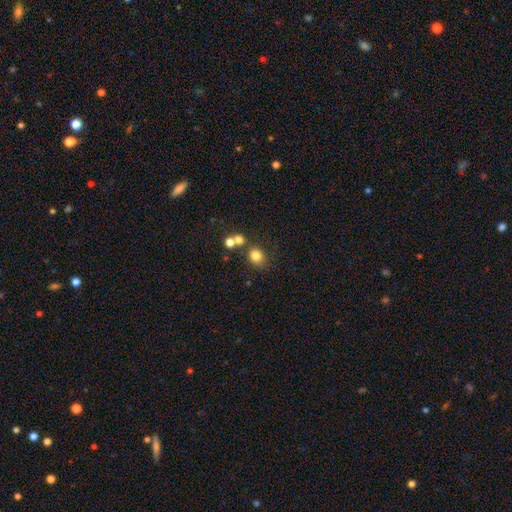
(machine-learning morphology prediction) Q: Smooth or featured?
A: smooth (79%); runner-up: star or artifact (14%)
Q: How rounded?
A: round (74%); runner-up: in between (25%)
Q: Merging?
A: none (67%); runner-up: merger (17%)